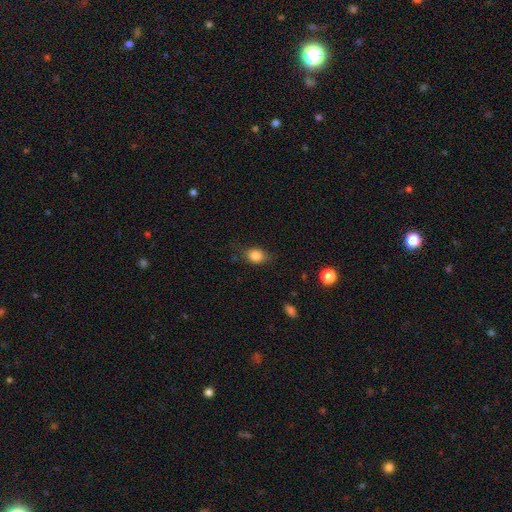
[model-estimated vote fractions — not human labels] A smooth galaxy with no disk features (83%) that is in between round and cigar-shaped (60%).

Vote fractions:
- Smooth or featured? smooth: 83% / star or artifact: 10% / featured or disk: 8%
- How rounded? in between: 60% / round: 38% / cigar-shaped: 2%
- Merging? none: 75% / minor disturbance: 19% / major disturbance: 5% / merger: 1%